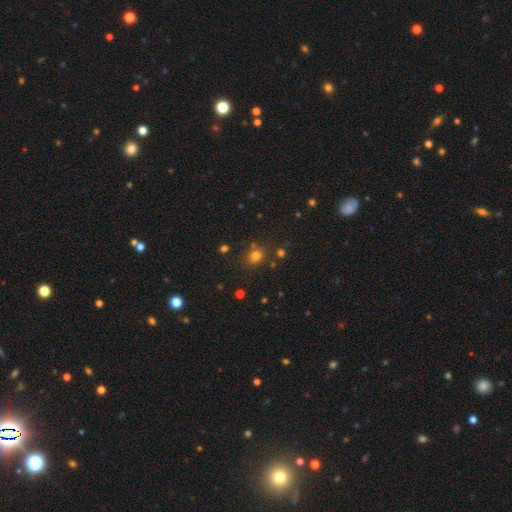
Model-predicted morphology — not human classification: The model was most divided on "smooth or featured": smooth: 72%, star or artifact: 21%, featured or disk: 7%. More confident: how rounded — round (78%); merging — none (78%).